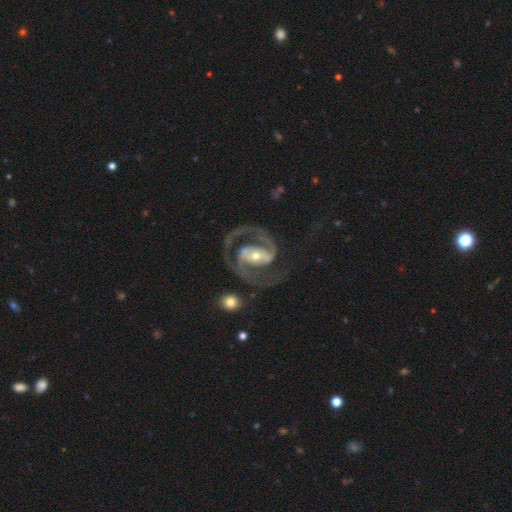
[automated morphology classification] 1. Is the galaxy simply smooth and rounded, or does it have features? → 91% featured or disk, 4% star or artifact, 4% smooth.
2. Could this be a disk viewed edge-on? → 97% no, 3% yes.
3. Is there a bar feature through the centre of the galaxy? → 43% strong, 34% weak, 23% no.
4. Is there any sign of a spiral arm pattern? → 97% yes, 3% no.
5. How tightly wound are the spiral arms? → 59% medium, 28% tight, 13% loose.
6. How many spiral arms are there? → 91% 2, 2% 1, 2% can't tell, 2% 3, 1% 4, 1% more than 4.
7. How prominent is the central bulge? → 48% small, 45% moderate, 4% large, 2% none, 1% dominant.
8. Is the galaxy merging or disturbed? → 67% none, 16% major disturbance, 14% minor disturbance, 3% merger.